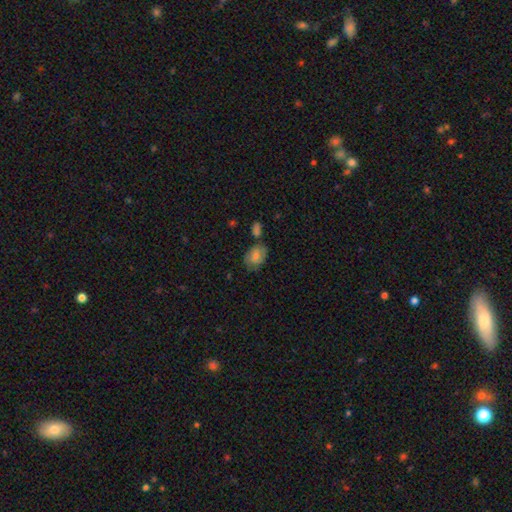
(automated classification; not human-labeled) Smooth or featured?
  - smooth: 66% *
  - featured or disk: 23%
  - star or artifact: 10%
How rounded?
  - in between: 76% *
  - round: 22%
  - cigar-shaped: 1%
Merging?
  - none: 62% *
  - minor disturbance: 21%
  - merger: 11%
  - major disturbance: 6%